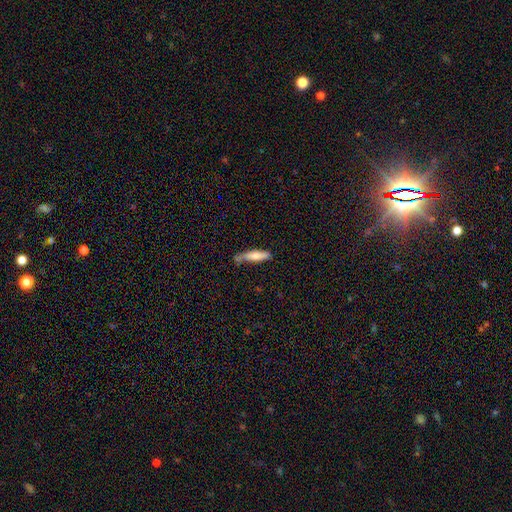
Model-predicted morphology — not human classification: Smooth or featured? smooth (69%)
How rounded? cigar-shaped (78%)
Merging? none (54%)